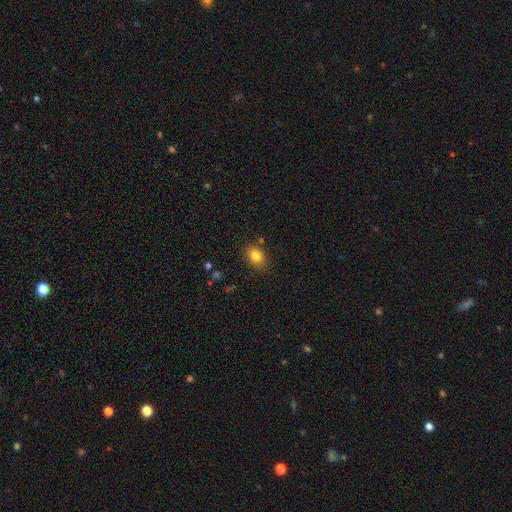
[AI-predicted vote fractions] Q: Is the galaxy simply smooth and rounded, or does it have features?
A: smooth — 82%.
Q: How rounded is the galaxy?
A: in between — 70%.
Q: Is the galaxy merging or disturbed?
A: none — 83%.